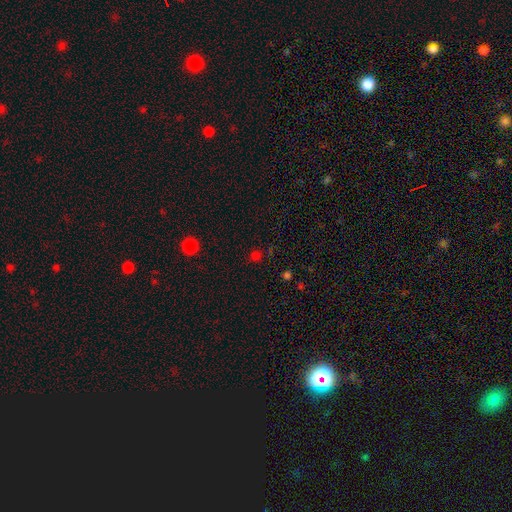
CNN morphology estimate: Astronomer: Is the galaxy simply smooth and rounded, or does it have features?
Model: smooth — 59% (runner-up: star or artifact, 36%).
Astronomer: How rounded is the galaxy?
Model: round — 88%.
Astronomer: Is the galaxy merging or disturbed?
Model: none — 82%.